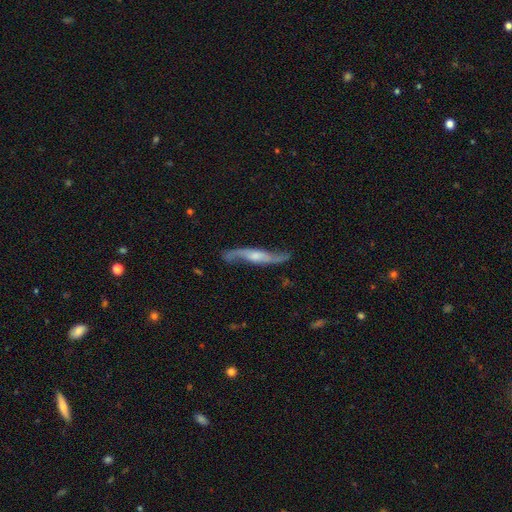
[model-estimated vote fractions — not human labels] smooth_or_featured: featured or disk (p=0.83) [alt: smooth p=0.11]
disk_edge_on: no (p=0.62) [alt: yes p=0.38]
bar: no (p=0.48) [alt: weak p=0.37]
has_spiral_arms: yes (p=0.95) [alt: no p=0.05]
bulge_size: moderate (p=0.42) [alt: small p=0.34]
merging: none (p=0.75) [alt: minor disturbance p=0.16]